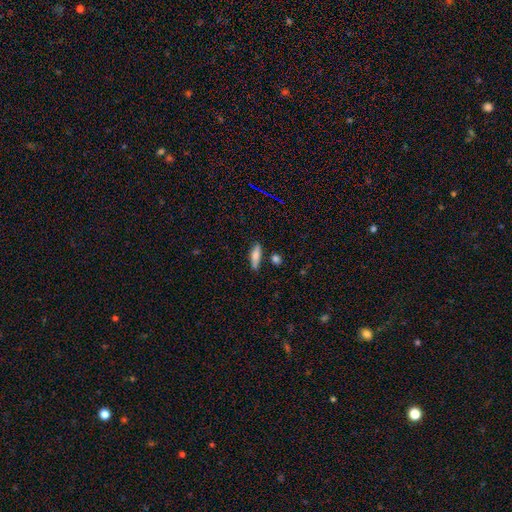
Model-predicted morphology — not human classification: smooth 76%, featured or disk 16%, star or artifact 8%. Down the decision tree: how rounded — cigar-shaped (54%); merging — none (74%).